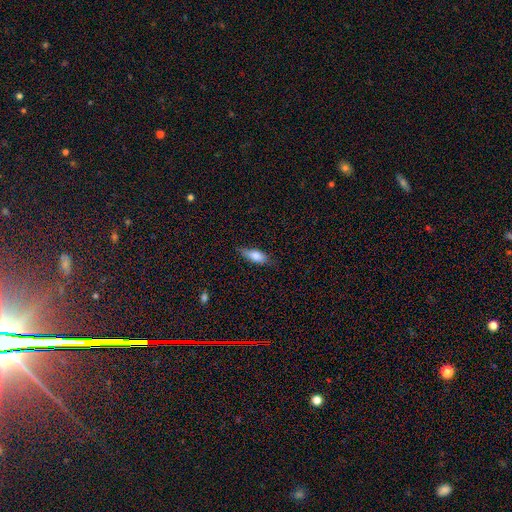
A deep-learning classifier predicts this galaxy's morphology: A smooth galaxy with no disk features (75%) that is in between round and cigar-shaped (67%).

Vote fractions:
- Smooth or featured? smooth: 75% / featured or disk: 18% / star or artifact: 7%
- How rounded? in between: 67% / cigar-shaped: 30% / round: 3%
- Merging? none: 74% / minor disturbance: 21% / major disturbance: 4% / merger: 1%